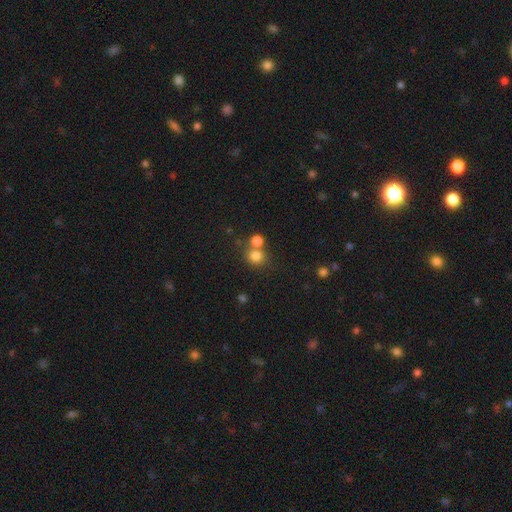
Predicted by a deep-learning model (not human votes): This is likely a smooth galaxy (79%). How rounded: clearly round (87%). Merging: possibly none (57%).